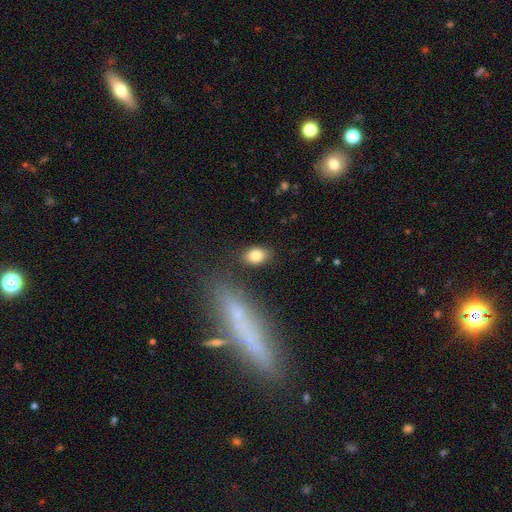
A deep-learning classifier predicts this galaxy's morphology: A smooth galaxy with no disk features (82%) that is in between round and cigar-shaped (80%). Merging: none (84%).